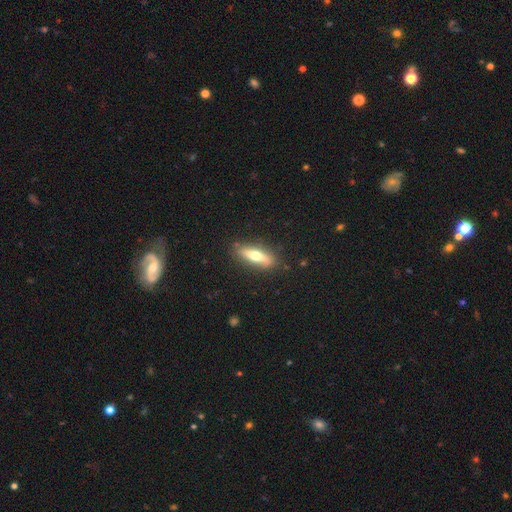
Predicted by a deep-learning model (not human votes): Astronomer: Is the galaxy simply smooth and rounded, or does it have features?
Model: smooth — 52% (runner-up: featured or disk, 42%).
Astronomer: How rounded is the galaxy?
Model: cigar-shaped — 57% (runner-up: in between, 41%).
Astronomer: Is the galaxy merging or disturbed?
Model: none — 84%.